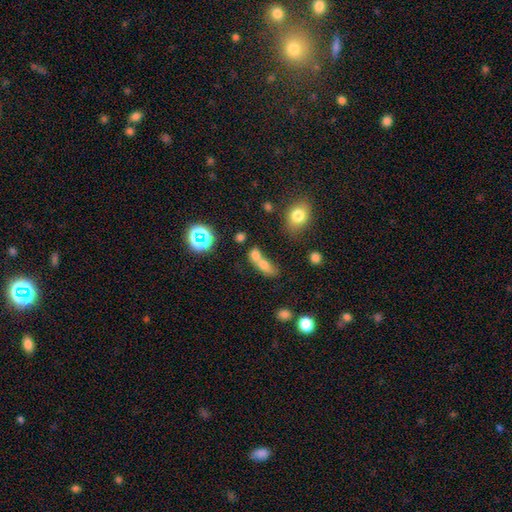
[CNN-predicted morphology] Q: Smooth or featured?
A: smooth (66%); runner-up: featured or disk (18%)
Q: How rounded?
A: in between (57%); runner-up: round (28%)
Q: Merging?
A: merger (64%); runner-up: none (23%)